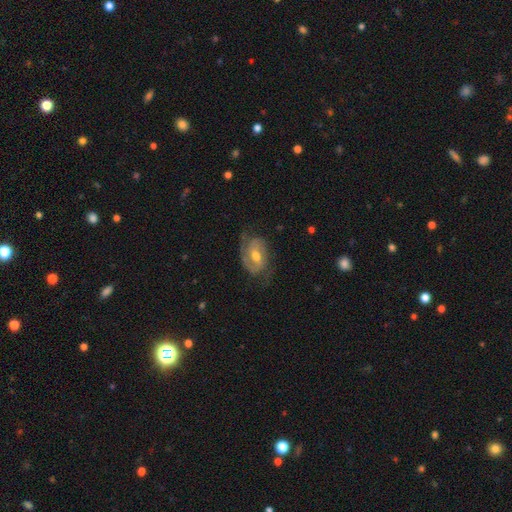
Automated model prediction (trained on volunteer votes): smooth_or_featured: featured or disk (p=0.79) [alt: smooth p=0.15]
disk_edge_on: no (p=0.96) [alt: yes p=0.04]
bar: weak (p=0.46) [alt: no p=0.39]
has_spiral_arms: yes (p=0.93) [alt: no p=0.07]
spiral_winding: medium (p=0.44) [alt: tight p=0.38]
spiral_arm_count: 2 (p=0.75) [alt: can't tell p=0.11]
bulge_size: moderate (p=0.69) [alt: small p=0.23]
merging: none (p=0.66) [alt: minor disturbance p=0.21]